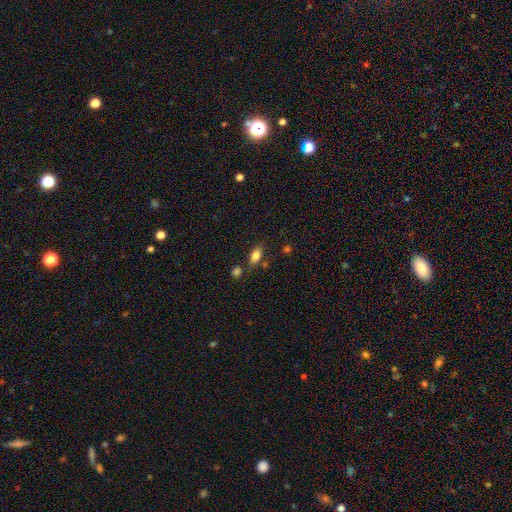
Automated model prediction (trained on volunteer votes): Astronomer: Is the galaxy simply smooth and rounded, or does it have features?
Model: smooth — 78%.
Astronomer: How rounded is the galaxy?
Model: in between — 85%.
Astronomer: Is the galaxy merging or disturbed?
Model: none — 72%.